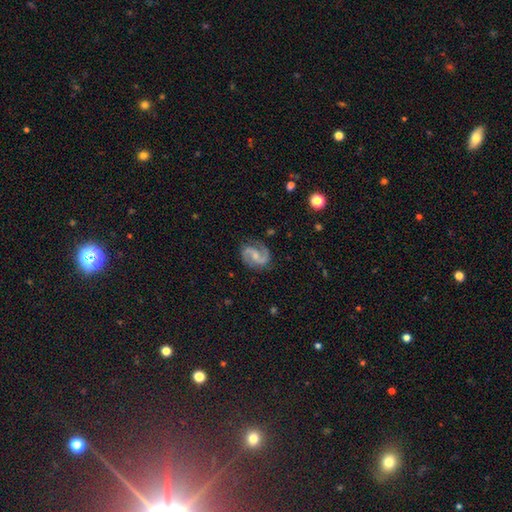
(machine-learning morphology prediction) Smooth or featured? featured or disk (89%)
Edge-on disk? no (98%)
Bar? weak (47%)
Spiral arms? yes (98%)
Spiral winding? medium (56%)
Spiral arm count? 2 (93%)
Bulge size? small (46%)
Merging? none (81%)